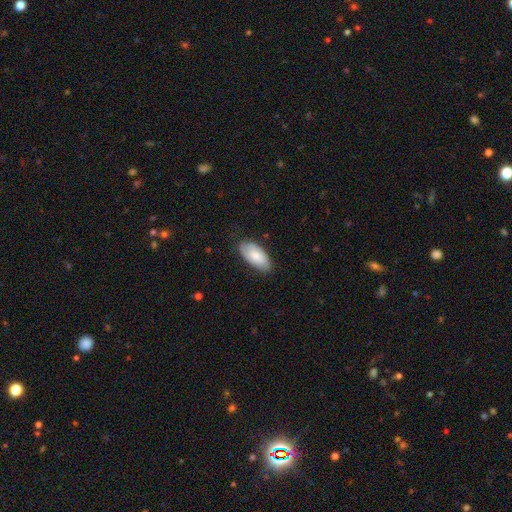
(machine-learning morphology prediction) This is likely a smooth galaxy (78%). How rounded: clearly in between (93%). Merging: likely none (78%).